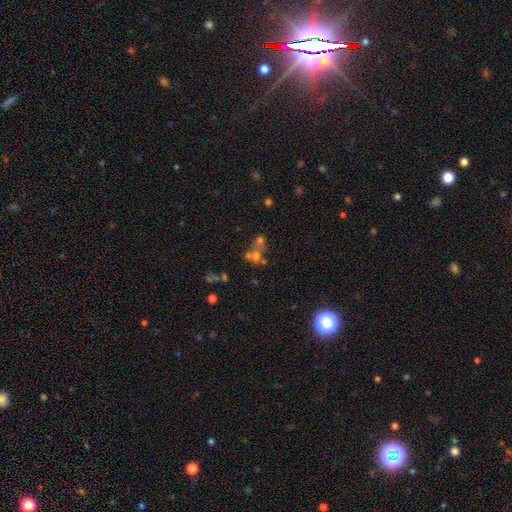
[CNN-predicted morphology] The model was most divided on "smooth or featured": smooth: 50%, featured or disk: 27%, star or artifact: 23%. More confident: merging — merger (57%).